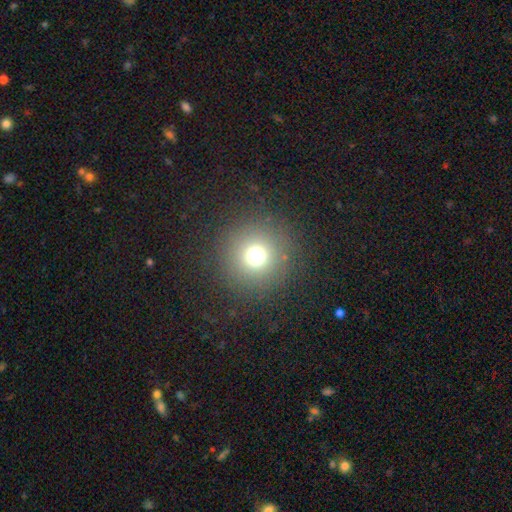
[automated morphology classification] This appears to be a smooth galaxy with no disk features (70%) that is round (96%). Merging: none (89%).